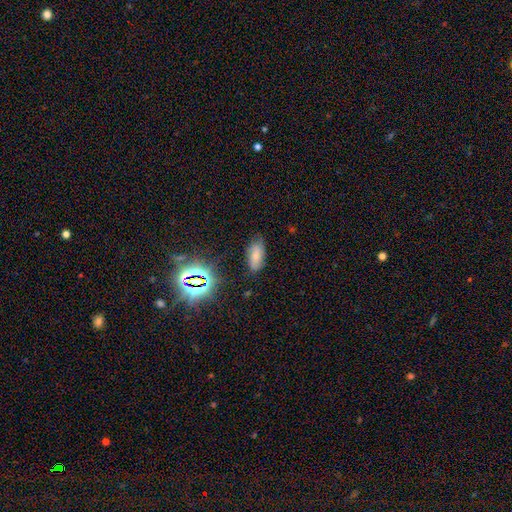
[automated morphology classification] Q: Smooth or featured?
A: smooth (62%); runner-up: featured or disk (22%)
Q: How rounded?
A: in between (87%); runner-up: cigar-shaped (9%)
Q: Merging?
A: none (72%); runner-up: minor disturbance (21%)